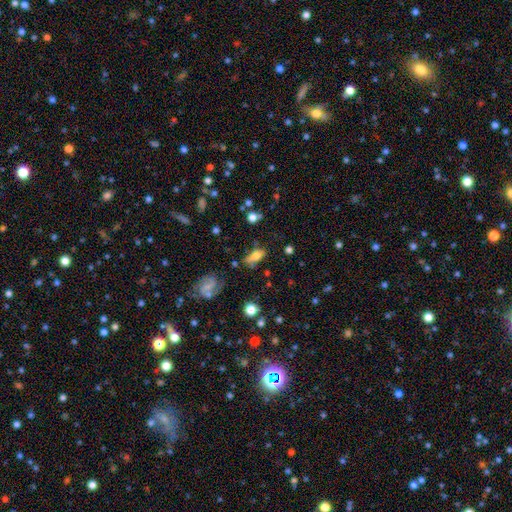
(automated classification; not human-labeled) This appears to be a smooth galaxy with no disk features (58%) that is in between round and cigar-shaped (73%). Merging: none (54%).